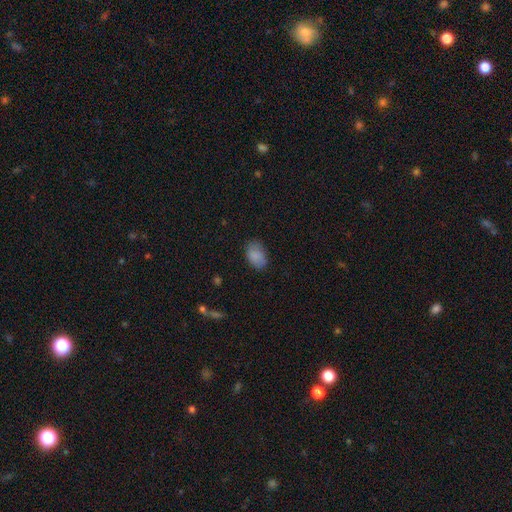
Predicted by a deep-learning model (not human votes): A smooth galaxy with no disk features (86%) that is in between round and cigar-shaped (88%).

Vote fractions:
- Smooth or featured? smooth: 86% / star or artifact: 8% / featured or disk: 6%
- How rounded? in between: 88% / round: 11% / cigar-shaped: 1%
- Merging? none: 77% / minor disturbance: 18% / major disturbance: 4% / merger: 1%